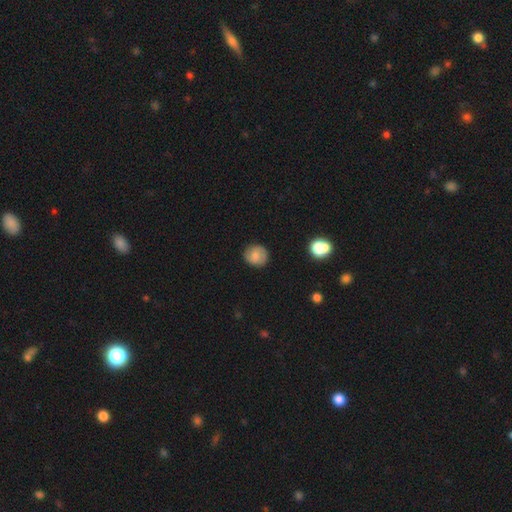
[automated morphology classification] Smooth or featured? smooth (72%)
How rounded? round (83%)
Merging? none (86%)